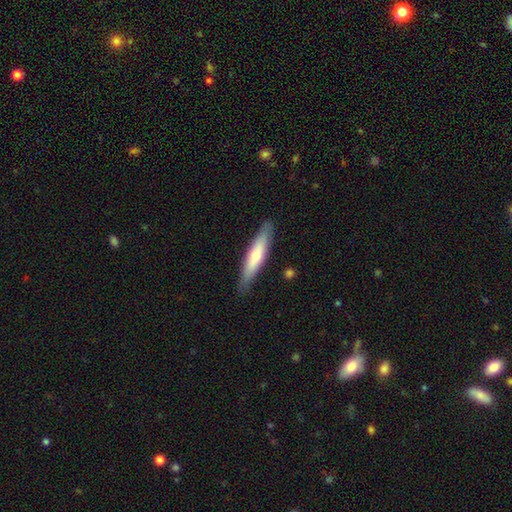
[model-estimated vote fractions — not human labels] Morphology: type=smooth (56%); roundness=cigar-shaped (81%); merging=none (86%).